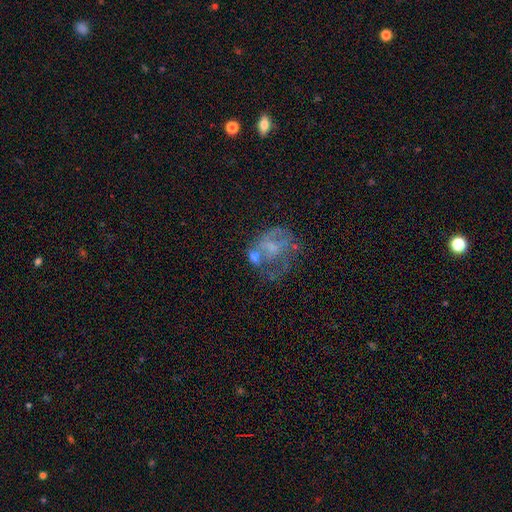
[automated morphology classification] This appears to be a featured or disk galaxy (61%) with no bar (74%), no spiral arms (64%) and no central bulge (41%). Merging: none (33%).